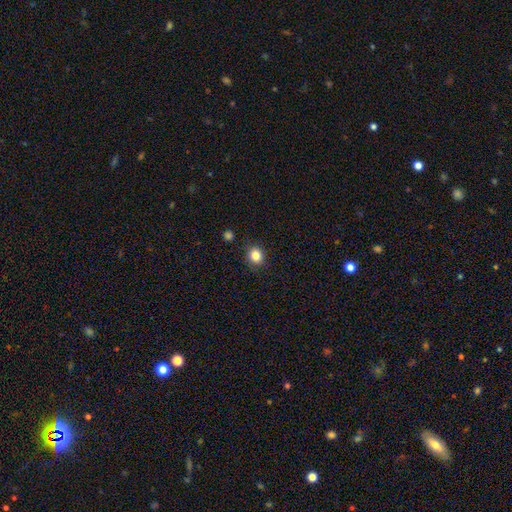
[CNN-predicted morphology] smooth 84%, star or artifact 11%, featured or disk 5%. Down the decision tree: how rounded — round (78%); merging — none (87%).